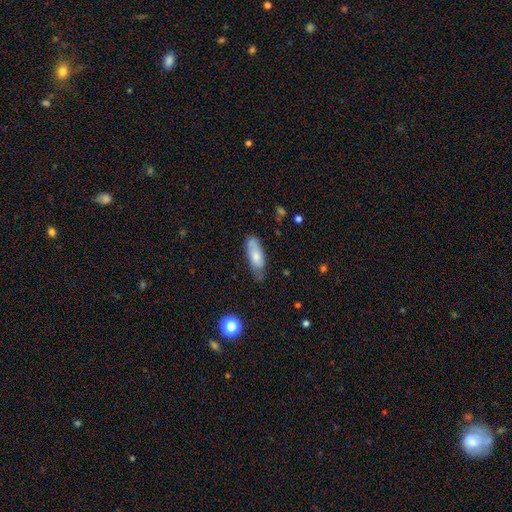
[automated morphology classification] This appears to be a smooth galaxy with no disk features (70%) that is in between round and cigar-shaped (67%). Merging: none (60%).